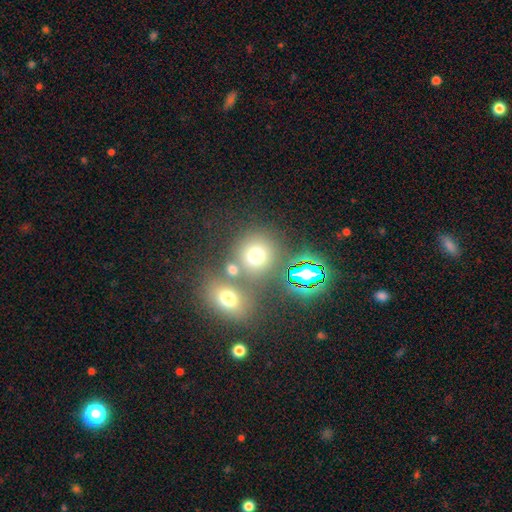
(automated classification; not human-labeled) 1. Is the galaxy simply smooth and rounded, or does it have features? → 67% smooth, 23% star or artifact, 10% featured or disk.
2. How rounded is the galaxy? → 86% round, 13% in between, 1% cigar-shaped.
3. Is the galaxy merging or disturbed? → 62% none, 26% merger, 8% minor disturbance, 4% major disturbance.